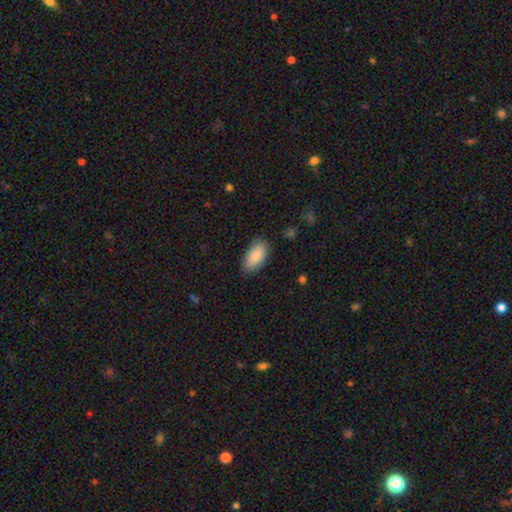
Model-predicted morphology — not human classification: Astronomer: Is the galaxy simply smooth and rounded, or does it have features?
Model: smooth — 87%.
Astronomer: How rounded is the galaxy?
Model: in between — 93%.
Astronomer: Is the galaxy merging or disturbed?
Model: none — 83%.